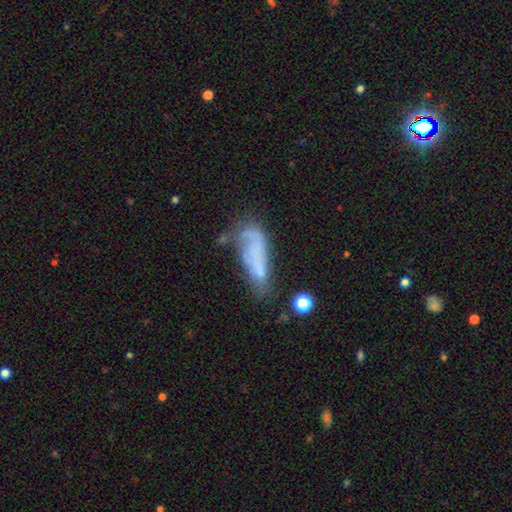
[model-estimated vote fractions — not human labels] Smooth or featured? Predicted: smooth (p=0.51). How rounded? Predicted: in between (p=0.56). Merging? Predicted: none (p=0.31).